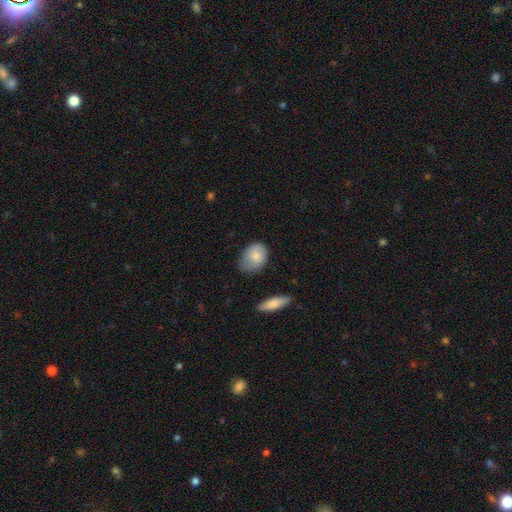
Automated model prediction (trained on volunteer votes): Smooth or featured: smooth — 80% (featured or disk — 14%)
How rounded: in between — 70% (round — 29%)
Merging: none — 55% (minor disturbance — 34%)